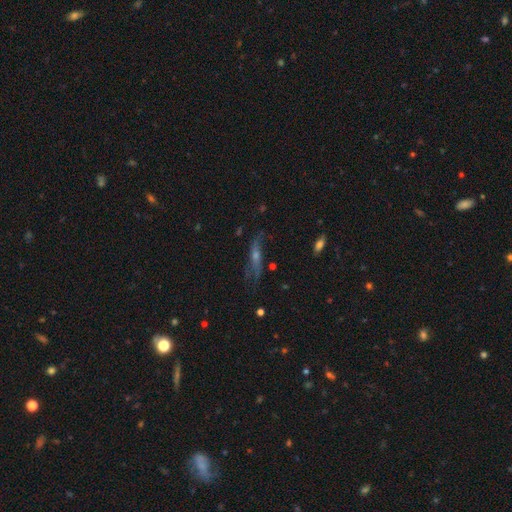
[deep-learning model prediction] A featured or disk galaxy (56%) viewed edge-on (51%). Merging: none (61%).